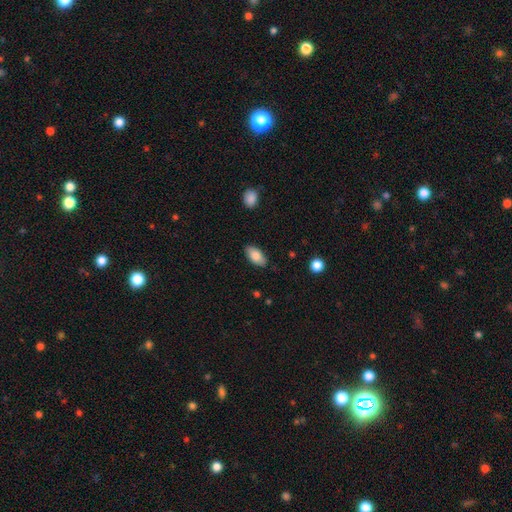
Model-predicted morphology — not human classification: smooth 83%, featured or disk 10%, star or artifact 7%. Down the decision tree: how rounded — in between (93%); merging — none (85%).